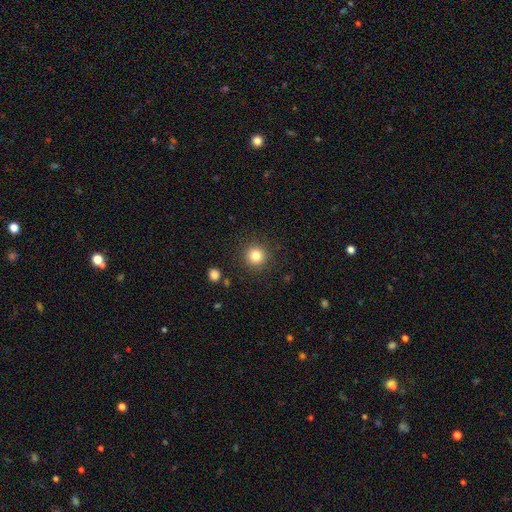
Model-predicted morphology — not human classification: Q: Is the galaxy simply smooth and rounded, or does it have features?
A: smooth — 82%.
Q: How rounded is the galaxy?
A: round — 94%.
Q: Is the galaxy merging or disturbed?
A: none — 89%.